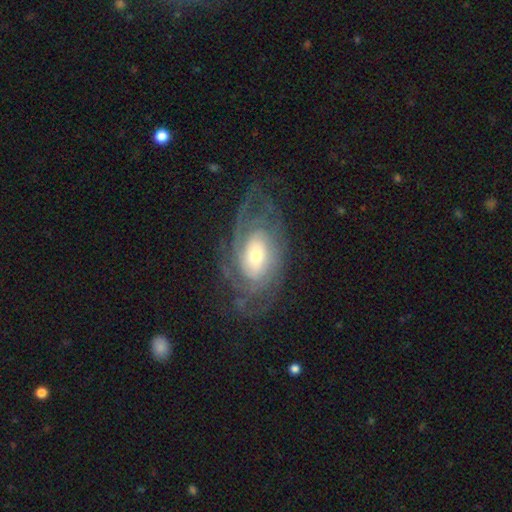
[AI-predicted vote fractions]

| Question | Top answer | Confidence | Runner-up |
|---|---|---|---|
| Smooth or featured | featured or disk | 84% | smooth (10%) |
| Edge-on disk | no | 95% | yes (5%) |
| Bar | no | 65% | weak (26%) |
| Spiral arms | yes | 94% | no (6%) |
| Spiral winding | tight | 66% | medium (26%) |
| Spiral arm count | can't tell | 40% | 2 (19%) |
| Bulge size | moderate | 49% | small (39%) |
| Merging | none | 70% | minor disturbance (17%) |